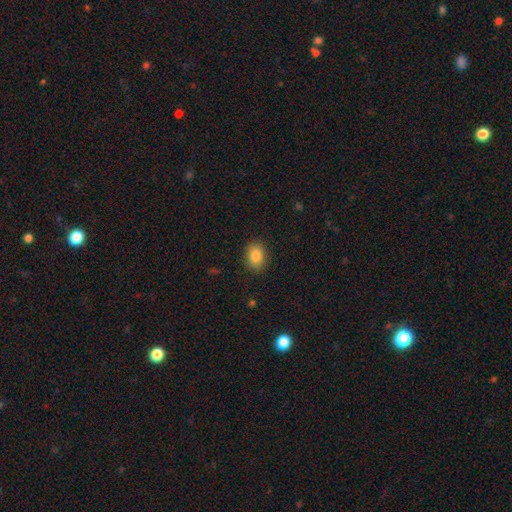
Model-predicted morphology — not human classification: Q: Smooth or featured?
A: smooth (86%); runner-up: star or artifact (9%)
Q: How rounded?
A: in between (71%); runner-up: round (28%)
Q: Merging?
A: none (88%); runner-up: minor disturbance (9%)